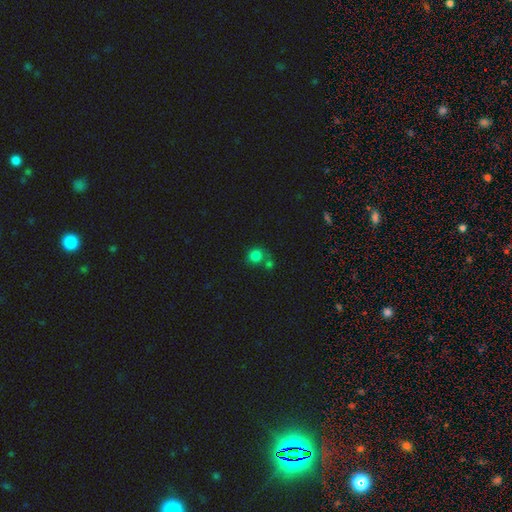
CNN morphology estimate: smooth 81%, star or artifact 12%, featured or disk 7%. Down the decision tree: how rounded — round (86%); merging — none (50%).